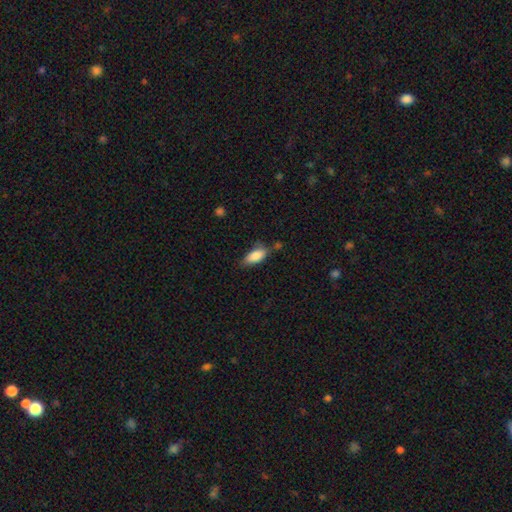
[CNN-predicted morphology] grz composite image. It shows a smooth galaxy with no disk features (86%) that is in between round and cigar-shaped (84%). Merging: none (64%).